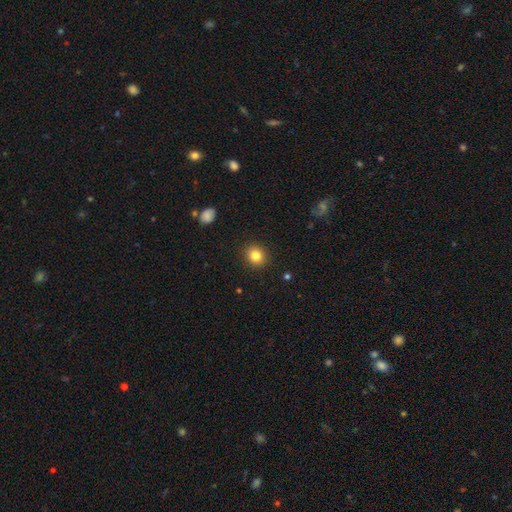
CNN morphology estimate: smooth_or_featured: smooth (p=0.83) [alt: star or artifact p=0.11]
how_rounded: round (p=0.78) [alt: in between p=0.21]
merging: none (p=0.91) [alt: minor disturbance p=0.06]